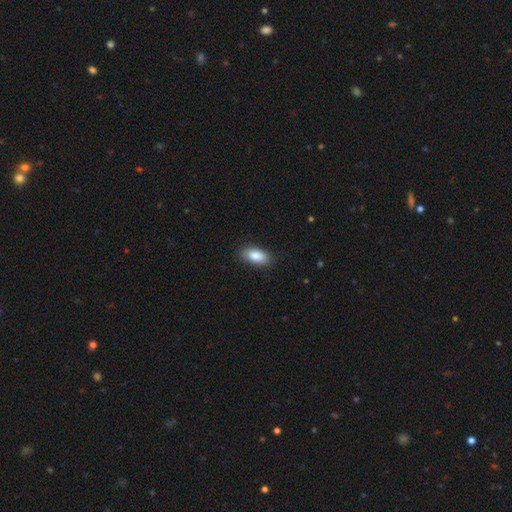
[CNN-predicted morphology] smooth-or-featured: smooth: 85% | featured or disk: 8% | star or artifact: 7%
  how-rounded: in between: 90% | cigar-shaped: 6% | round: 4%
  merging: none: 87% | minor disturbance: 10% | major disturbance: 2% | merger: 1%